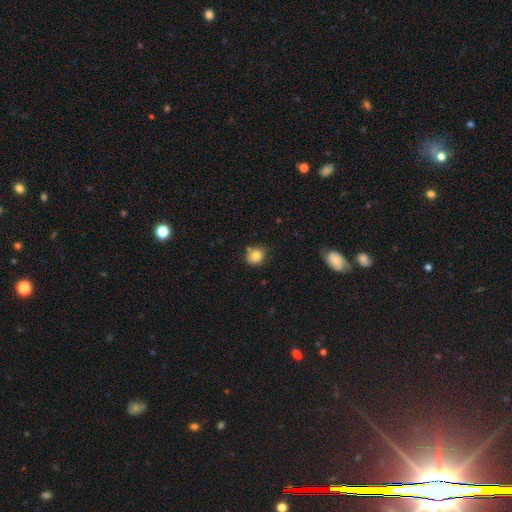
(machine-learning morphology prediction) Overall: smooth (82%). How rounded: round (84%). Merging: none (72%).